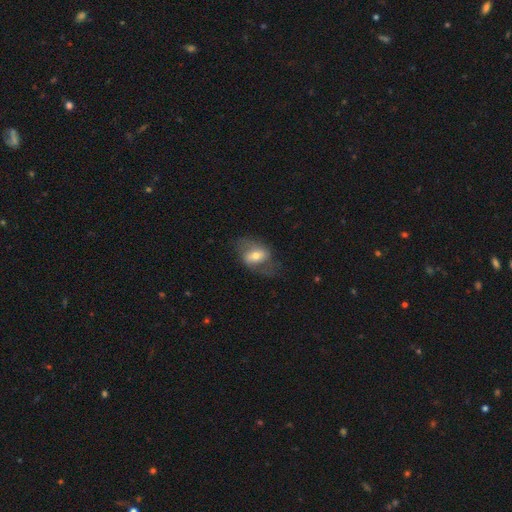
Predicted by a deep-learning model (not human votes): featured or disk 50%, smooth 43%, star or artifact 8%. Down the decision tree: merging — none (60%).